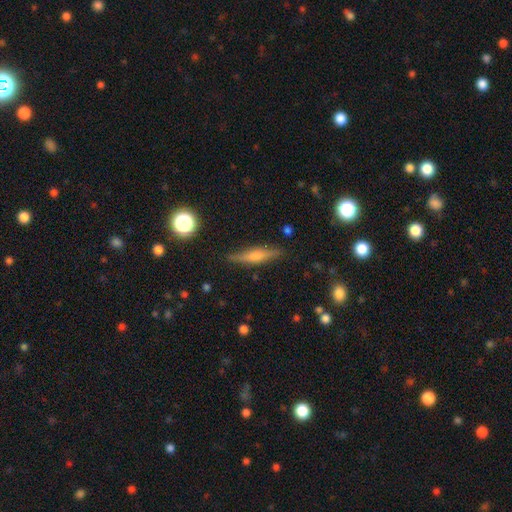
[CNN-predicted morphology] featured or disk 61%, smooth 30%, star or artifact 8%. Down the decision tree: edge-on disk — yes (96%); edge-on bulge — rounded (80%); merging — none (88%).